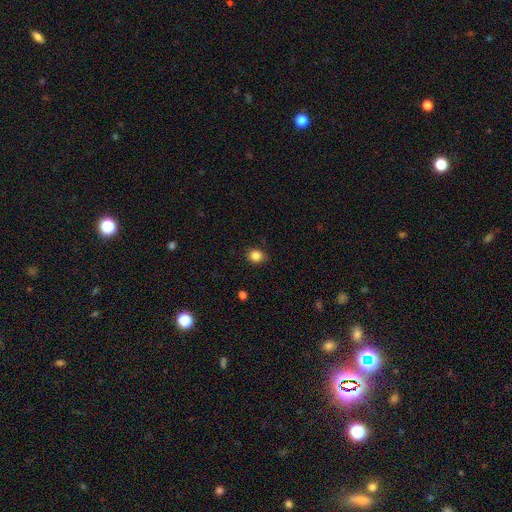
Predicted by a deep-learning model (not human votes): A smooth galaxy with no disk features (85%) that is round (70%).

Vote fractions:
- Smooth or featured? smooth: 85% / star or artifact: 11% / featured or disk: 4%
- How rounded? round: 70% / in between: 29% / cigar-shaped: 1%
- Merging? none: 83% / minor disturbance: 13% / major disturbance: 3% / merger: 1%